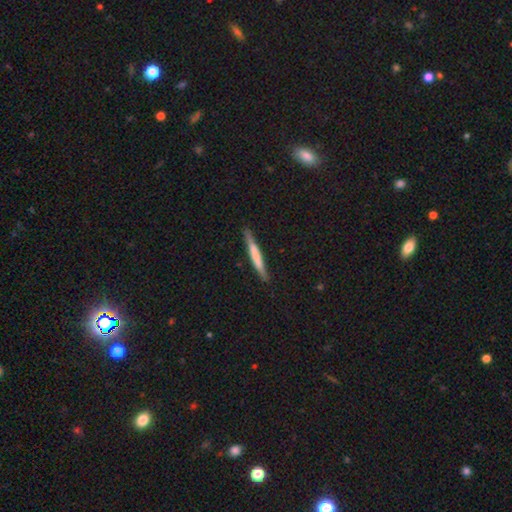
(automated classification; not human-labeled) Smooth or featured: smooth — 60% (featured or disk — 35%)
How rounded: cigar-shaped — 96% (in between — 3%)
Merging: none — 86% (minor disturbance — 11%)